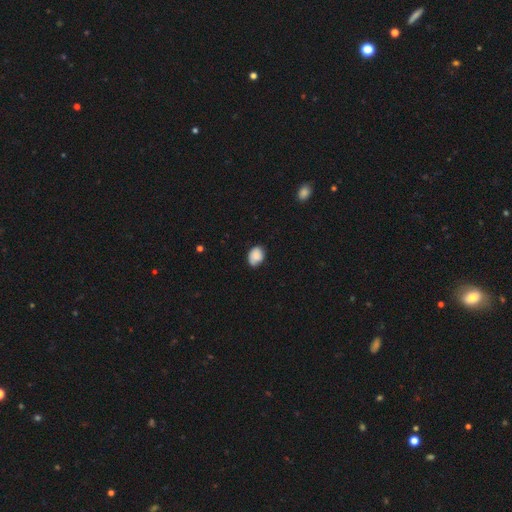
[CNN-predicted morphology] A smooth galaxy with no disk features (83%) that is in between round and cigar-shaped (69%). Merging: none (66%).